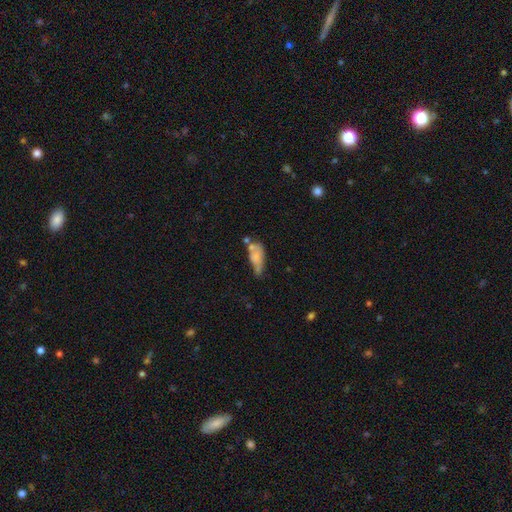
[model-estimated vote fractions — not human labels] This is likely a smooth galaxy (61%). How rounded: clearly in between (81%). Merging: marginally minor disturbance (28%).